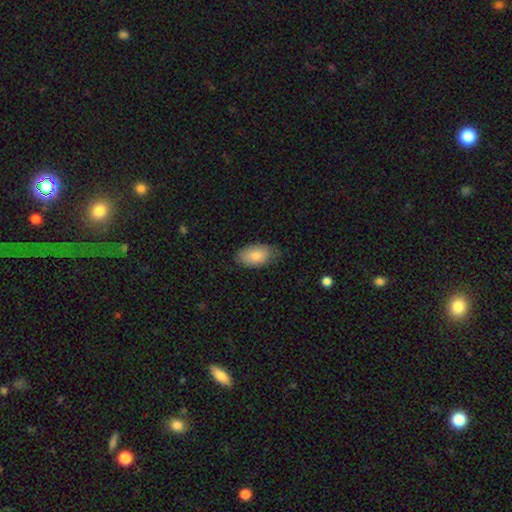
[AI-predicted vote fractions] smooth-or-featured: smooth: 83% | featured or disk: 11% | star or artifact: 6%
  how-rounded: in between: 94% | round: 4% | cigar-shaped: 2%
  merging: none: 73% | minor disturbance: 22% | major disturbance: 4% | merger: 1%